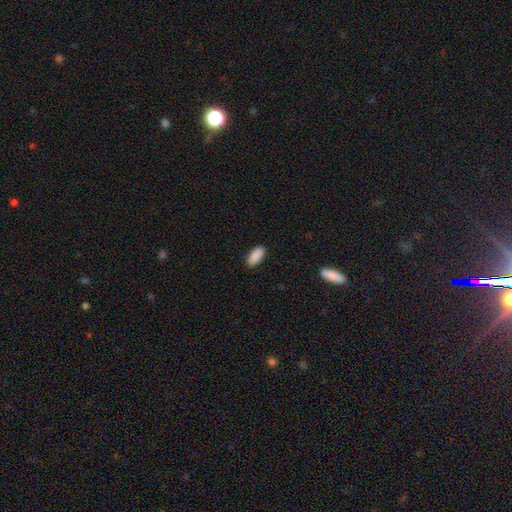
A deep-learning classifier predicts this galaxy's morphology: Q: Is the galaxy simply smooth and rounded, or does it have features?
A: smooth — 91%.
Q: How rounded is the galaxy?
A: in between — 91%.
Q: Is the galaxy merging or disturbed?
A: none — 88%.